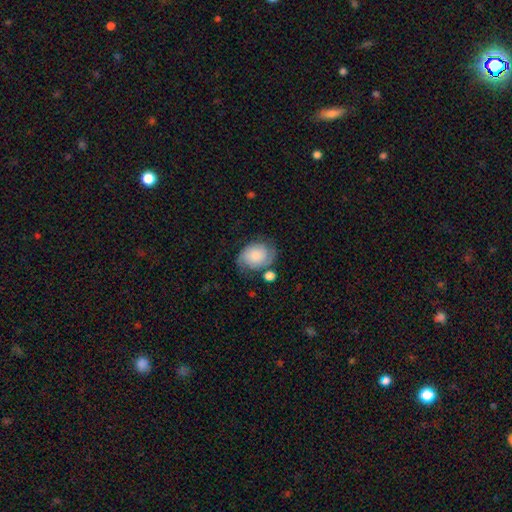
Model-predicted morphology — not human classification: Overall: featured or disk (50%; smooth 41%). Edge-on disk: no (97%). Merging: none (62%; minor disturbance 23%).